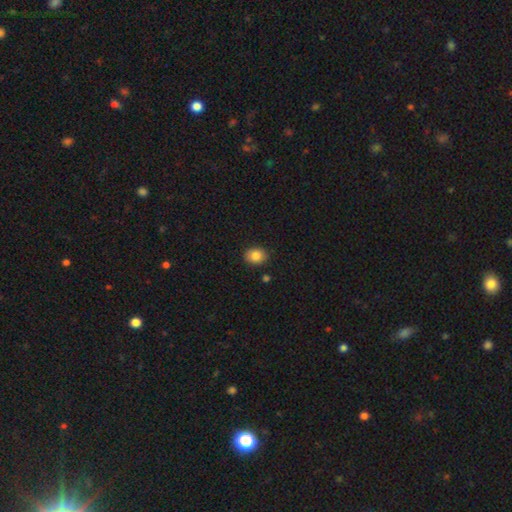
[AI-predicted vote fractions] Smooth or featured? smooth (85%)
How rounded? round (50%)
Merging? none (88%)